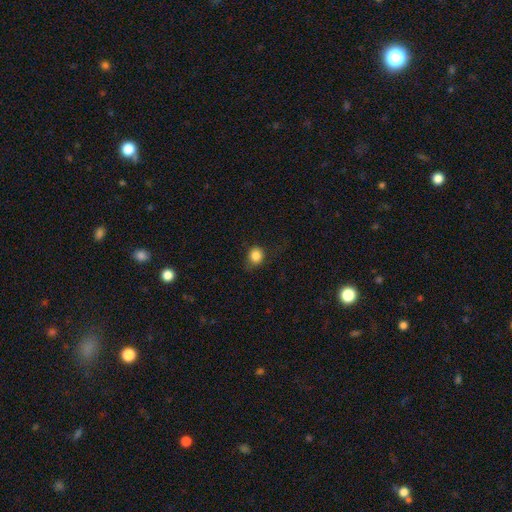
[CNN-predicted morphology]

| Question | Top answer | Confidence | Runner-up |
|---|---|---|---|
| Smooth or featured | smooth | 84% | star or artifact (10%) |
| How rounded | round | 78% | in between (21%) |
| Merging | none | 73% | minor disturbance (20%) |